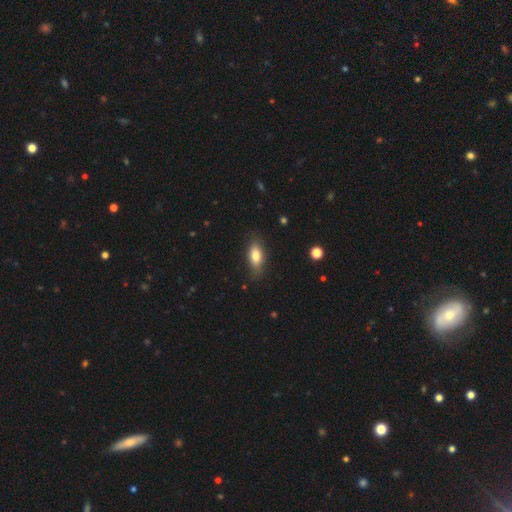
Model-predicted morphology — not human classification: Overall: smooth (77%). How rounded: in between (81%). Merging: none (83%).